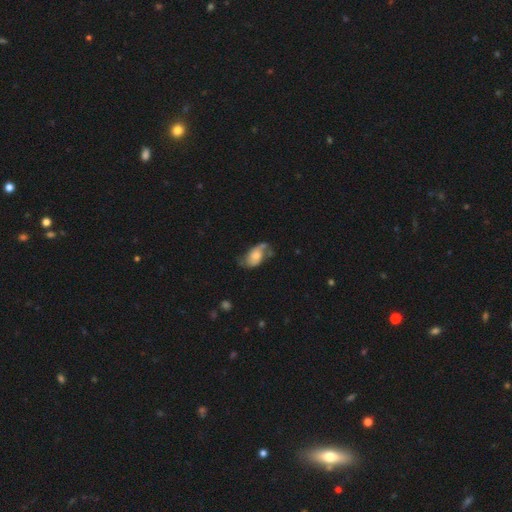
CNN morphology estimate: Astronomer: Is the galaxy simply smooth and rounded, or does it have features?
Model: featured or disk — 56% (runner-up: smooth, 37%).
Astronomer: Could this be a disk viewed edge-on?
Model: no — 95%.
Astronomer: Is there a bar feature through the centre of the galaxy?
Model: no — 69%.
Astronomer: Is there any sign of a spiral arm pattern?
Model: yes — 84%.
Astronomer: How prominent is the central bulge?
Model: moderate — 41% (runner-up: small, 36%).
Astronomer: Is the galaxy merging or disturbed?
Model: none — 48% (runner-up: minor disturbance, 29%).